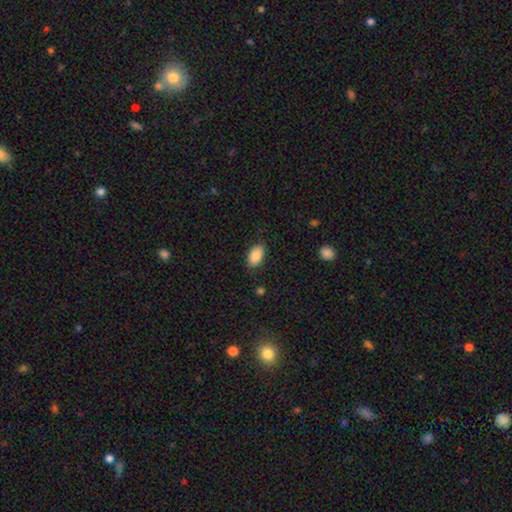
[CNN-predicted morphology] Overall: smooth (88%). How rounded: in between (93%). Merging: none (84%).